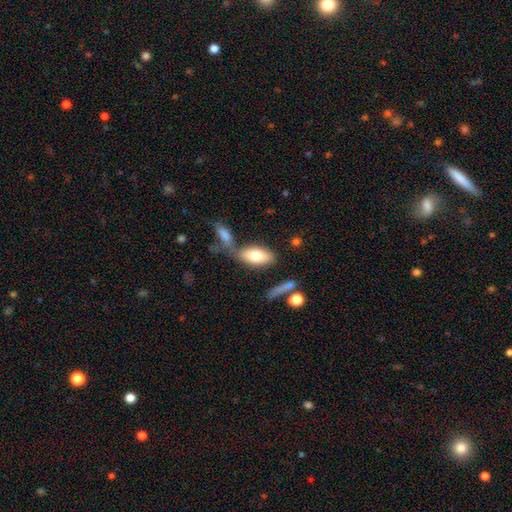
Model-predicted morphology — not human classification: smooth-or-featured: smooth: 74% | featured or disk: 20% | star or artifact: 6%
  how-rounded: in between: 88% | cigar-shaped: 9% | round: 3%
  merging: none: 54% | merger: 24% | minor disturbance: 15% | major disturbance: 7%